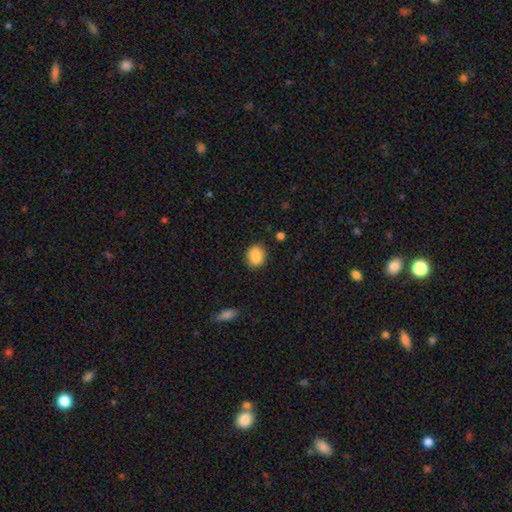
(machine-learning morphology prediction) A smooth galaxy with no disk features (88%) that is round (56%).

Vote fractions:
- Smooth or featured? smooth: 88% / star or artifact: 8% / featured or disk: 4%
- How rounded? round: 56% / in between: 43% / cigar-shaped: 1%
- Merging? none: 86% / minor disturbance: 10% / major disturbance: 3% / merger: 1%